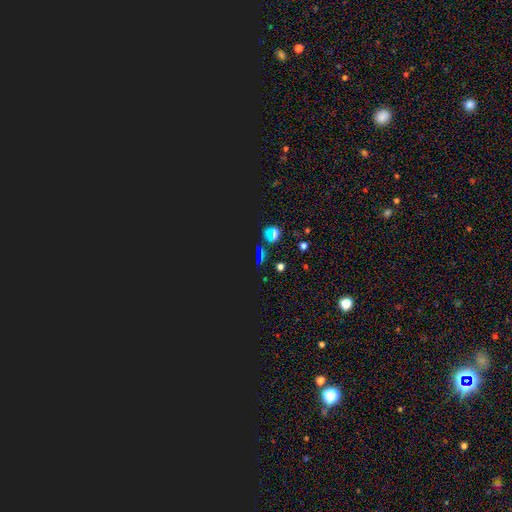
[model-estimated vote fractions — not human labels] The model was most divided on "smooth or featured": star or artifact: 77%, smooth: 15%, featured or disk: 8%.